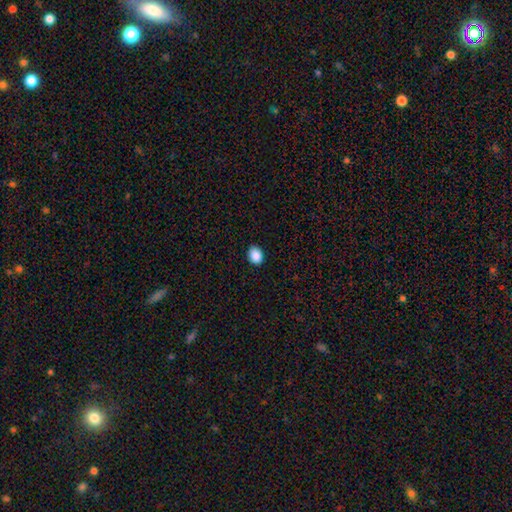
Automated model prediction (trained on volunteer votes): Smooth or featured? Predicted: smooth (p=0.89). How rounded? Predicted: in between (p=0.62). Merging? Predicted: none (p=0.90).